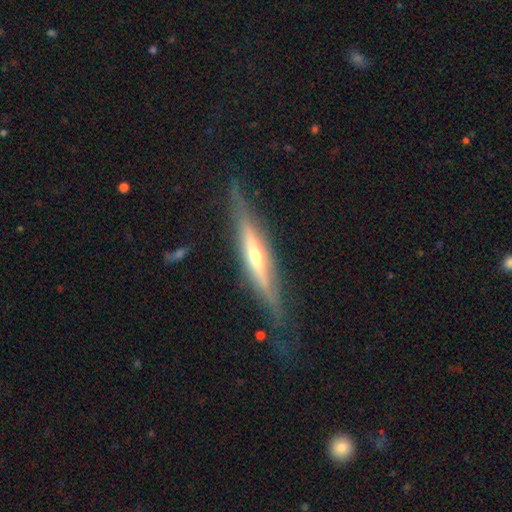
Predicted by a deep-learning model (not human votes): The model was most divided on "edge-on bulge": rounded: 73%, none: 19%, boxy: 8%. More confident: edge-on disk — yes (93%); smooth or featured — featured or disk (77%); merging — none (76%).